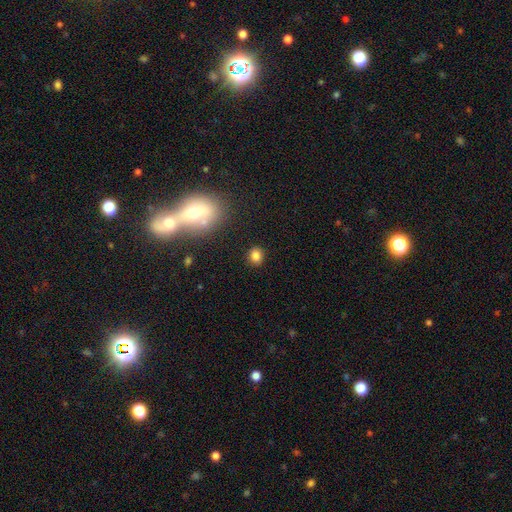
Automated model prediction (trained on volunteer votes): The model was most divided on "how rounded": round: 70%, in between: 29%, cigar-shaped: 1%. More confident: merging — none (87%); smooth or featured — smooth (82%).